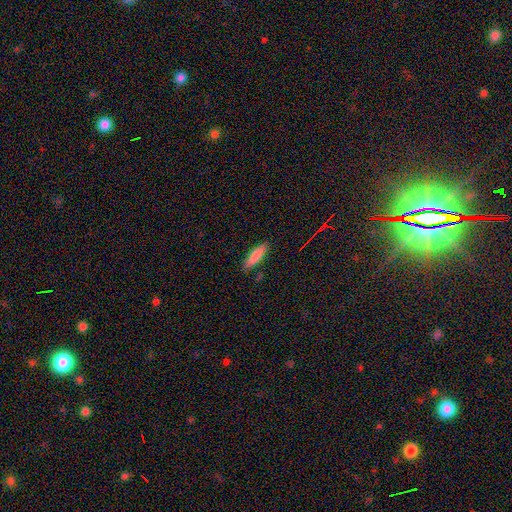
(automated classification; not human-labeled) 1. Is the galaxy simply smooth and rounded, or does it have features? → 84% smooth, 9% featured or disk, 7% star or artifact.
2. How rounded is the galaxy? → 60% cigar-shaped, 38% in between, 2% round.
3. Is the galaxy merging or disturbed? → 85% none, 11% minor disturbance, 2% major disturbance, 2% merger.